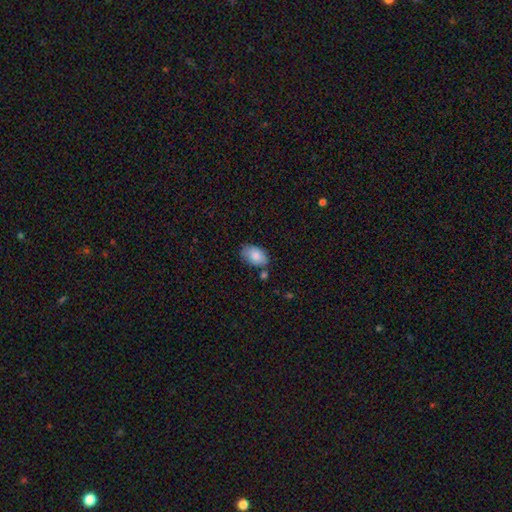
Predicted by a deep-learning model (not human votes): Q: Smooth or featured?
A: smooth (84%); runner-up: featured or disk (9%)
Q: How rounded?
A: in between (91%); runner-up: round (8%)
Q: Merging?
A: none (67%); runner-up: minor disturbance (22%)